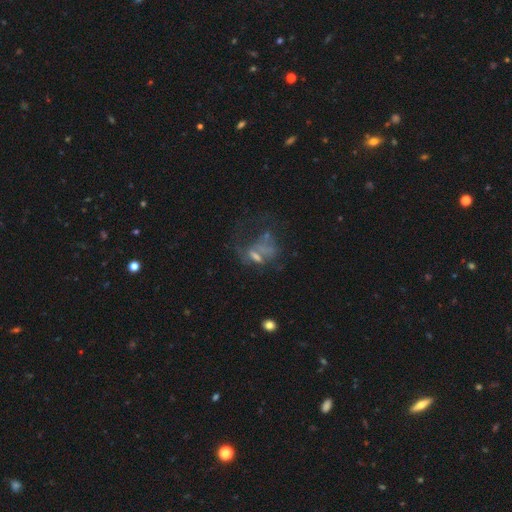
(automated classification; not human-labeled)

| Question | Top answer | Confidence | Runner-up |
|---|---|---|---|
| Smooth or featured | featured or disk | 45% | star or artifact (30%) |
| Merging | major disturbance | 42% | none (30%) |